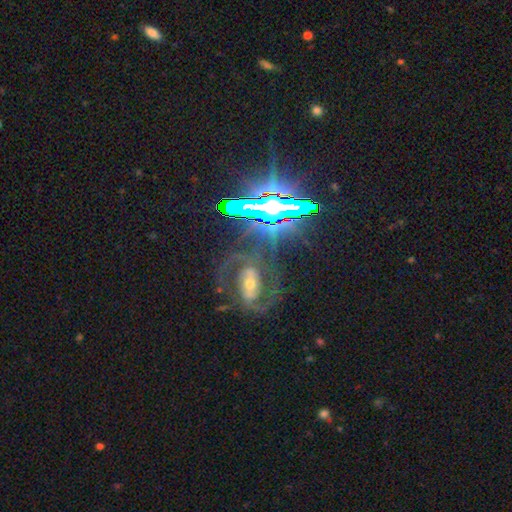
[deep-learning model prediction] featured or disk 58%, star or artifact 33%, smooth 9%. Down the decision tree: edge-on disk — no (88%); bar — strong (48%); spiral arms — yes (86%); bulge size — small (48%); merging — none (66%).